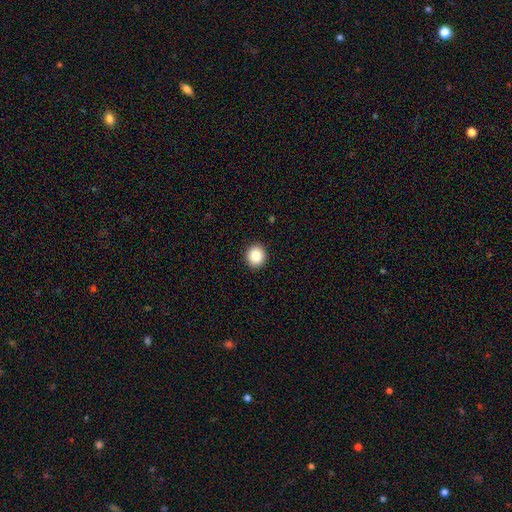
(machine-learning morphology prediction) Smooth or featured: smooth — 86% (star or artifact — 9%)
How rounded: round — 84% (in between — 15%)
Merging: none — 93% (minor disturbance — 5%)